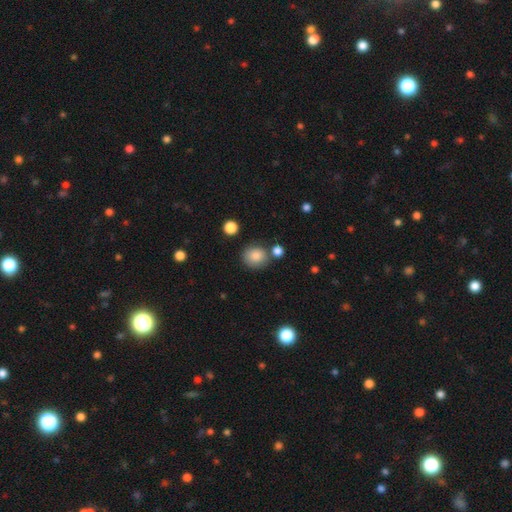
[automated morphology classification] Overall: smooth (85%). How rounded: round (78%). Merging: none (72%).